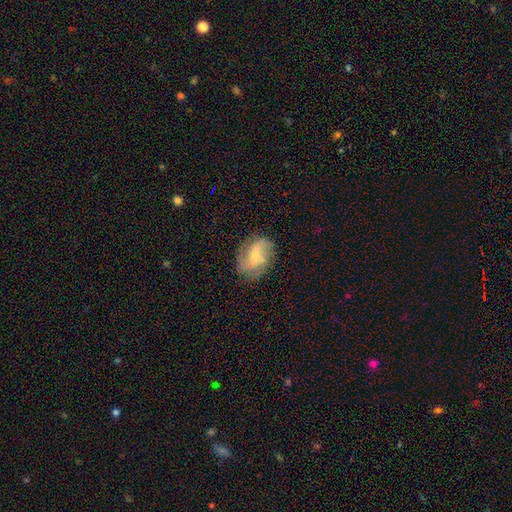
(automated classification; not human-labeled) Smooth or featured? Predicted: featured or disk (p=0.67). Edge-on disk? Predicted: no (p=0.97). Bar? Predicted: weak (p=0.44). Spiral arms? Predicted: yes (p=0.88). Spiral winding? Predicted: loose (p=0.41, tied with medium). Spiral arm count? Predicted: 2 (p=0.57). Bulge size? Predicted: small (p=0.55). Merging? Predicted: none (p=0.66).